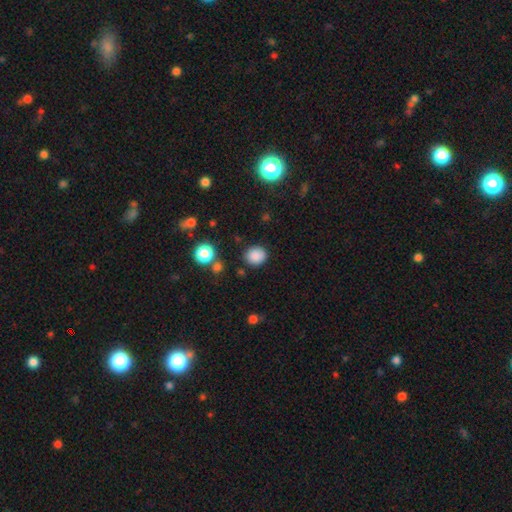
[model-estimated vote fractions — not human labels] Morphology: type=smooth (85%); roundness=round (77%); merging=none (83%).